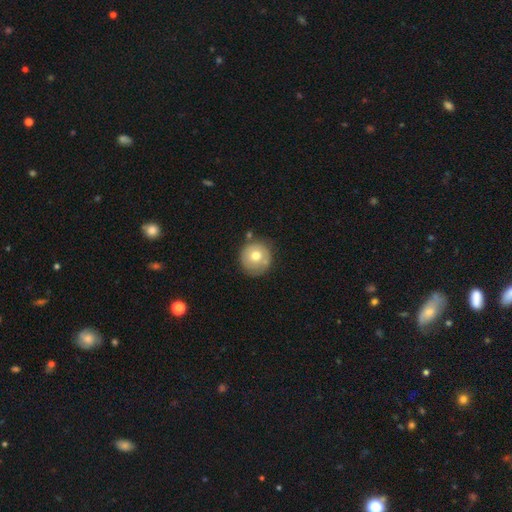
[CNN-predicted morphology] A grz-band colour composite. It shows a smooth galaxy with no disk features (67%) that is round (93%). Merging: none (73%).